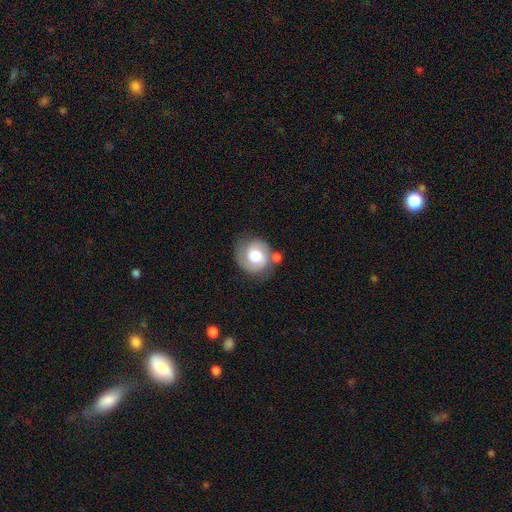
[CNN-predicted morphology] This appears to be a featured or disk galaxy (53%) with no bar (67%), spiral arms (77%) and a moderate central bulge (60%). Merging: none (64%).